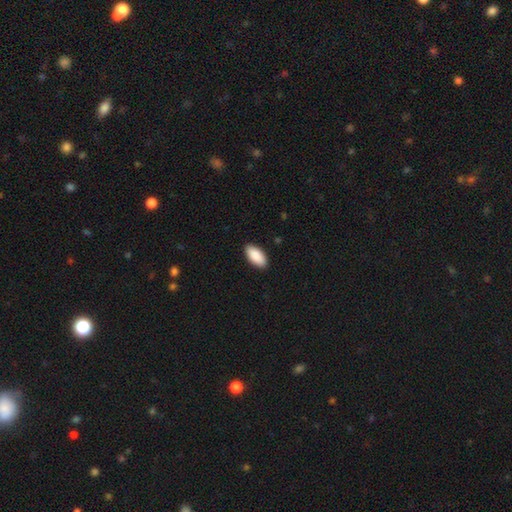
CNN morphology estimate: The model was most divided on "merging": none: 90%, minor disturbance: 7%, major disturbance: 2%, merger: 1%. More confident: how rounded — in between (94%); smooth or featured — smooth (90%).